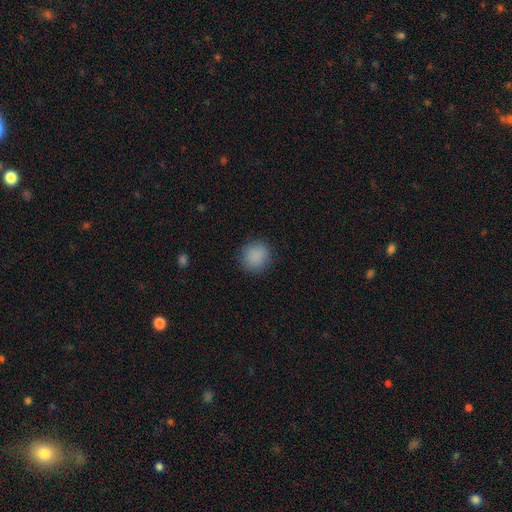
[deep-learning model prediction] A smooth galaxy with no disk features (87%) that is round (89%). Merging: none (88%).